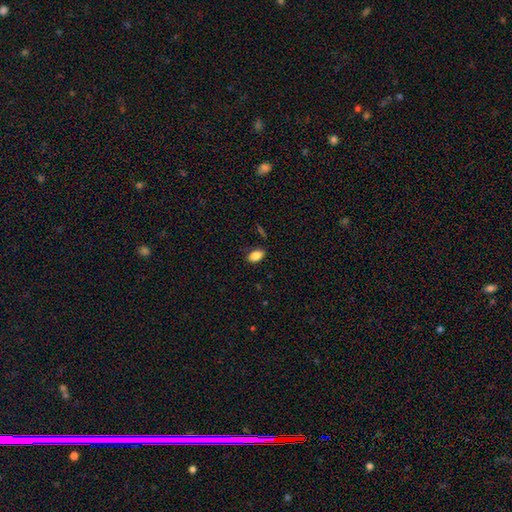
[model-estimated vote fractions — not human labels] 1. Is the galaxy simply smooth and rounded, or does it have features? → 85% smooth, 8% star or artifact, 7% featured or disk.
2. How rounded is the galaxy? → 90% in between, 8% round, 3% cigar-shaped.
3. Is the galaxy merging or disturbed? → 84% none, 12% minor disturbance, 3% major disturbance, 2% merger.